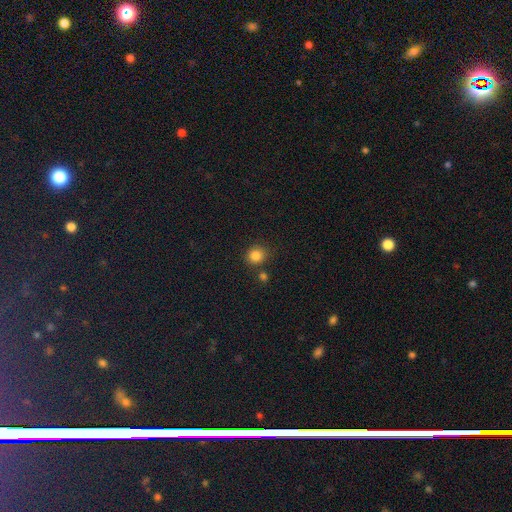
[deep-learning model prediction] smooth-or-featured: smooth: 84% | star or artifact: 12% | featured or disk: 4%
  how-rounded: round: 89% | in between: 10% | cigar-shaped: 1%
  merging: none: 78% | minor disturbance: 10% | merger: 9% | major disturbance: 3%